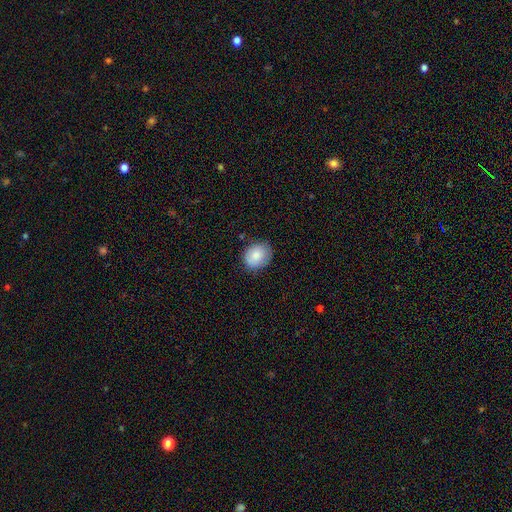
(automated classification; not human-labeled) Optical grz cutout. It shows a smooth galaxy with no disk features (83%) that is round (54%). Merging: none (79%).